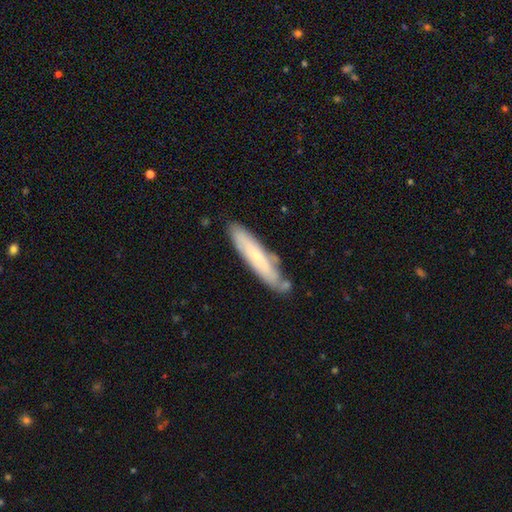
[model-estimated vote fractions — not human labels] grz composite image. It shows a smooth galaxy with no disk features (54%) that is cigar-shaped (84%). Merging: none (73%).